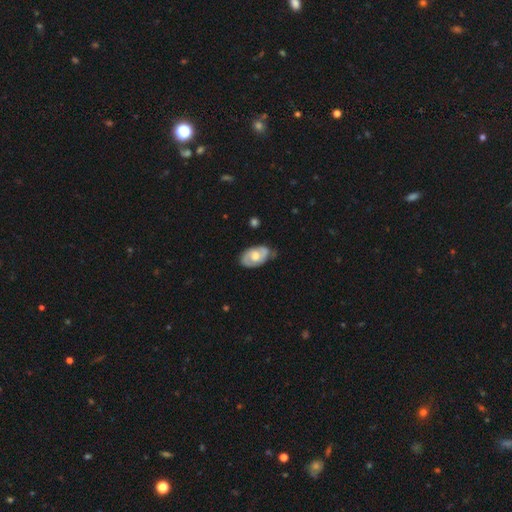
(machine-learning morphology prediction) The model was most divided on "bar": no: 63%, weak: 32%, strong: 5%. More confident: edge-on disk — no (95%); spiral arms — yes (81%); merging — none (69%); bulge size — moderate (68%); smooth or featured — featured or disk (64%).